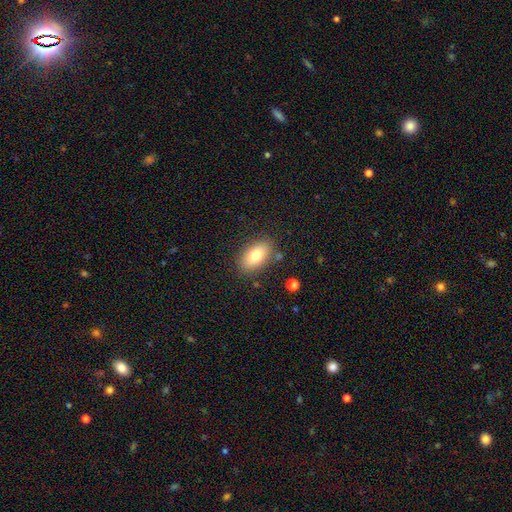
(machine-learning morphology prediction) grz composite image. It shows a smooth galaxy with no disk features (77%) that is in between round and cigar-shaped (90%). Merging: none (83%).